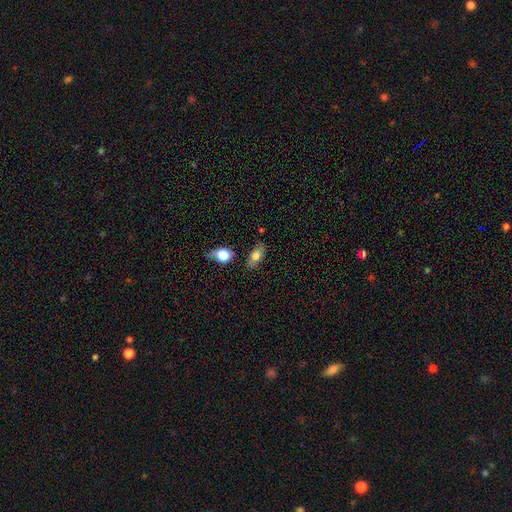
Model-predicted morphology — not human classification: A smooth galaxy with no disk features (70%) that is in between round and cigar-shaped (81%). Merging: none (76%).